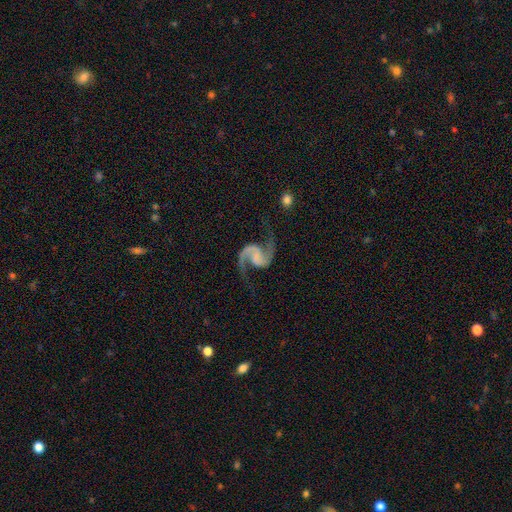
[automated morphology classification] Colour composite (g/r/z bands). It shows a featured or disk galaxy (93%) with no bar (44%), 2 (95%) loose (49%) spiral arms (98%) and no central bulge (62%). Merging: none (78%).